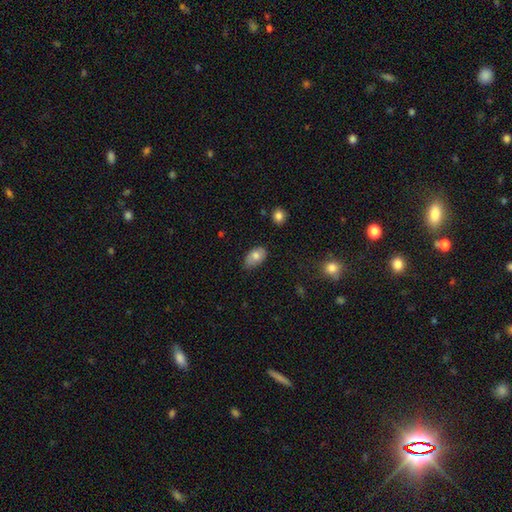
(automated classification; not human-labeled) A smooth galaxy with no disk features (76%) that is in between round and cigar-shaped (91%). Merging: none (65%).